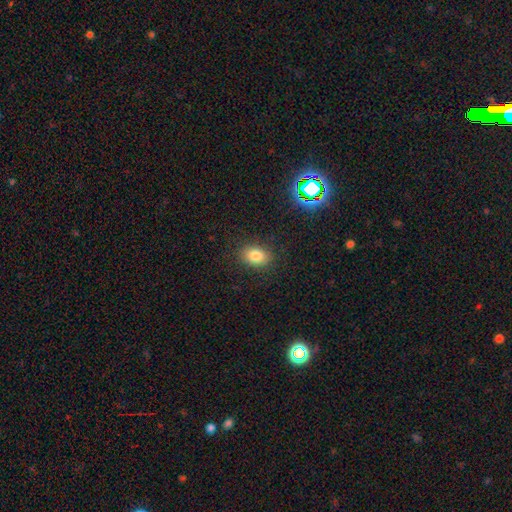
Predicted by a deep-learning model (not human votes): Smooth or featured? smooth (81%)
How rounded? in between (75%)
Merging? none (86%)